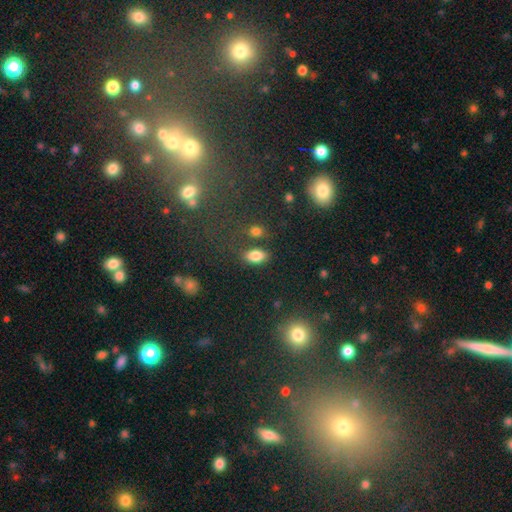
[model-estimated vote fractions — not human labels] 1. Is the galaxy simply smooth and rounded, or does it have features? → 83% smooth, 10% star or artifact, 7% featured or disk.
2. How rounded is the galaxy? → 89% in between, 8% round, 3% cigar-shaped.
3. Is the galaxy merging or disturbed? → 74% none, 14% minor disturbance, 8% merger, 4% major disturbance.